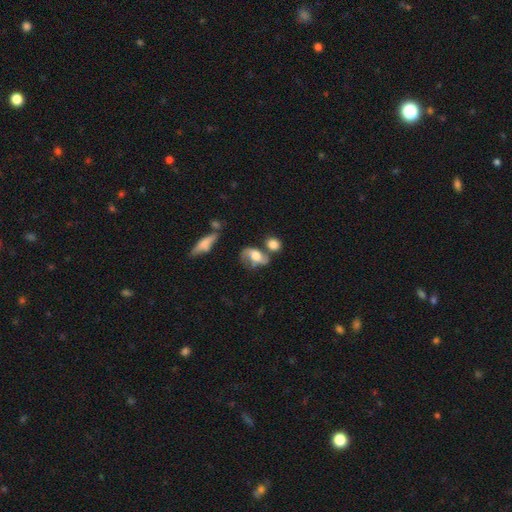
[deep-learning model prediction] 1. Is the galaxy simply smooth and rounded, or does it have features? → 55% featured or disk, 35% smooth, 9% star or artifact.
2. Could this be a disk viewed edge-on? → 92% no, 8% yes.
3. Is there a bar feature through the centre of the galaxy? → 58% no, 31% weak, 11% strong.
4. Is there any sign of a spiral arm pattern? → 82% yes, 18% no.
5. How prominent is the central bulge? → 44% large, 36% moderate, 8% small, 6% none, 5% dominant.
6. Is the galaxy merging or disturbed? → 42% none, 26% merger, 18% minor disturbance, 13% major disturbance.